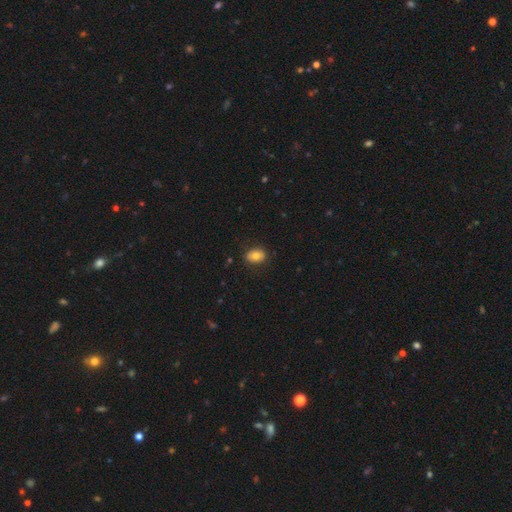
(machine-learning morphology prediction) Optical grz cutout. It shows a smooth galaxy with no disk features (76%) that is in between round and cigar-shaped (71%). Merging: none (82%).